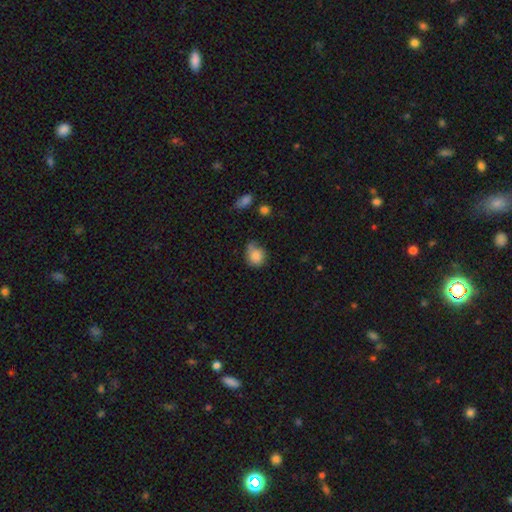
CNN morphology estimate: This is clearly a smooth galaxy (81%). How rounded: likely round (69%). Merging: possibly none (48%).